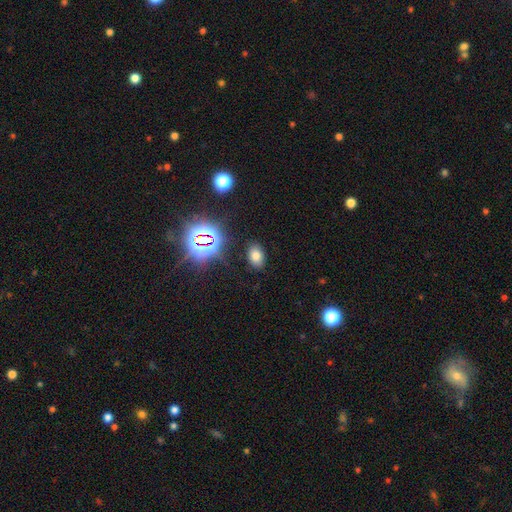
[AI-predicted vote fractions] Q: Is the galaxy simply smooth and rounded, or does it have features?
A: smooth — 70%.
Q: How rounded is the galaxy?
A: in between — 87%.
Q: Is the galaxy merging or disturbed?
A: none — 87%.